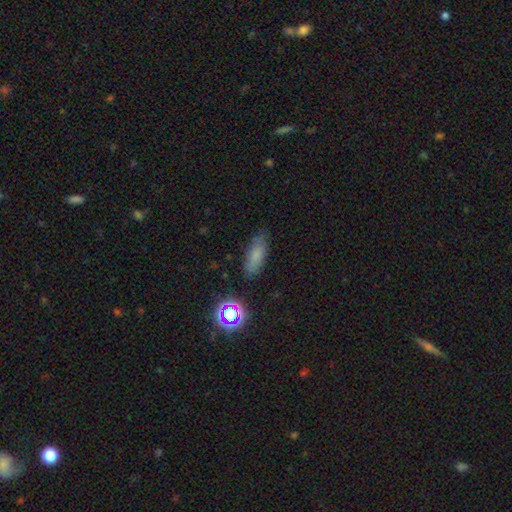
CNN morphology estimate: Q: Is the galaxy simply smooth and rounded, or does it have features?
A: smooth — 73%.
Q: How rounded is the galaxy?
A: in between — 70%.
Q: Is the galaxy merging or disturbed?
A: none — 80%.